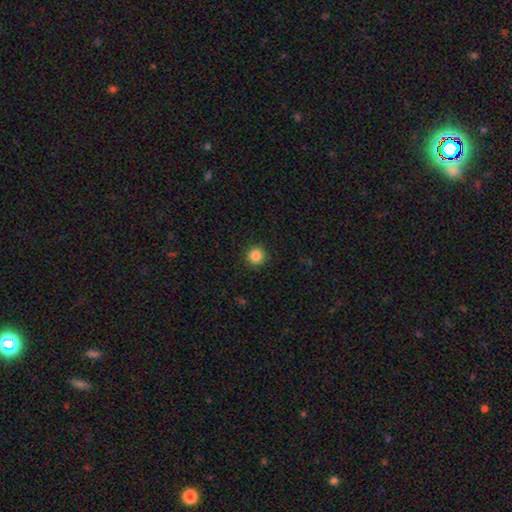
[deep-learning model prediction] Smooth or featured? Predicted: smooth (p=0.86). How rounded? Predicted: round (p=0.95). Merging? Predicted: none (p=0.92).